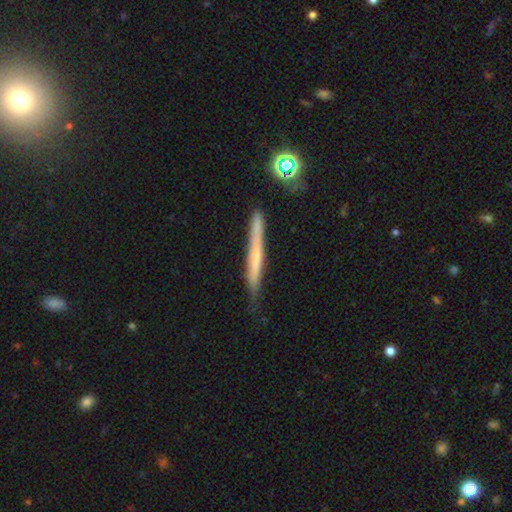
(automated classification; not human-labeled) Smooth or featured? Predicted: smooth (p=0.52). How rounded? Predicted: cigar-shaped (p=0.96). Merging? Predicted: none (p=0.77).